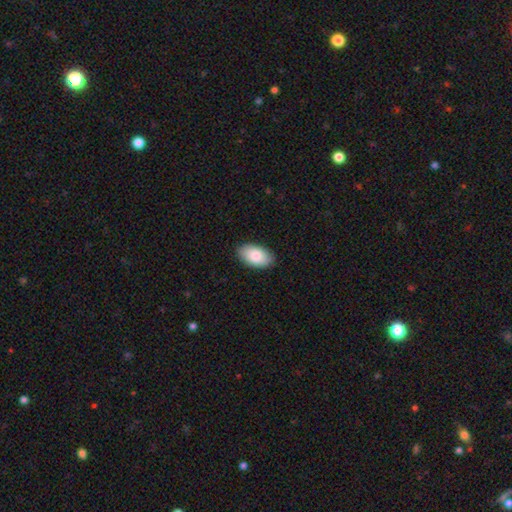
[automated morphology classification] Smooth or featured: smooth — 84% (featured or disk — 10%)
How rounded: in between — 95% (round — 4%)
Merging: none — 88% (minor disturbance — 9%)